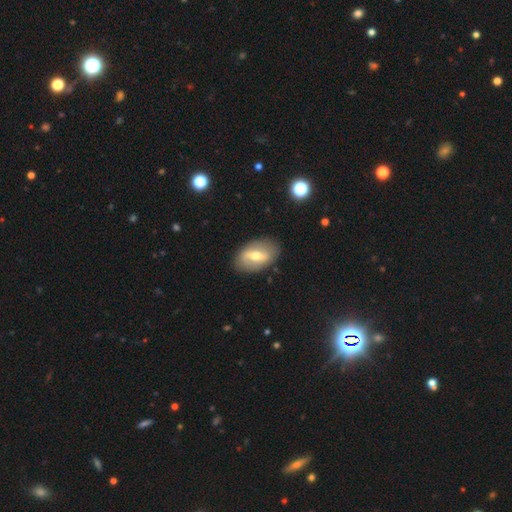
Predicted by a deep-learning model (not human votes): Smooth or featured: featured or disk — 59% (smooth — 35%)
Edge-on disk: no — 89% (yes — 11%)
Bar: strong — 49% (weak — 38%)
Spiral arms: no — 65% (yes — 35%)
Bulge size: moderate — 71% (small — 18%)
Merging: none — 83% (minor disturbance — 12%)